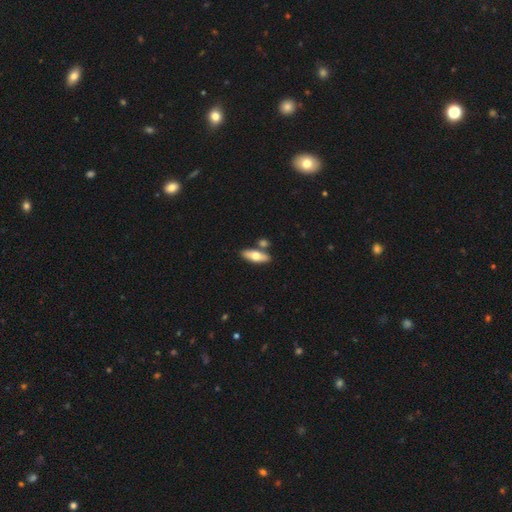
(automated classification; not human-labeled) Morphology: type=smooth (61%); roundness=in between (63%); merging=none (75%).